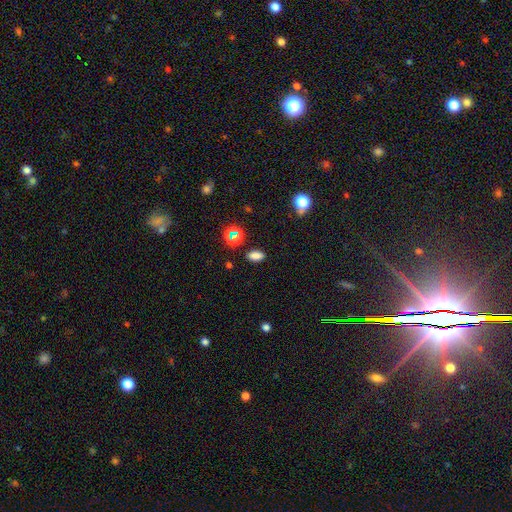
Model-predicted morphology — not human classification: type=smooth (78%); roundness=in between (85%); merging=none (87%).